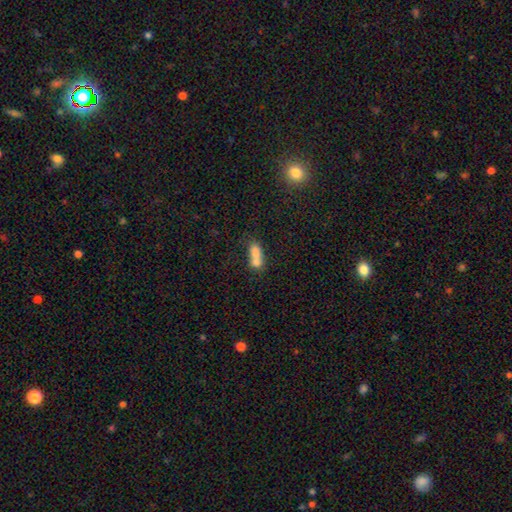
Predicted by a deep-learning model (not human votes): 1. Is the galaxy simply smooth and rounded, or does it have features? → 72% smooth, 17% featured or disk, 11% star or artifact.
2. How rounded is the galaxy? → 69% in between, 19% cigar-shaped, 12% round.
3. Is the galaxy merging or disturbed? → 57% merger, 25% none, 11% minor disturbance, 6% major disturbance.